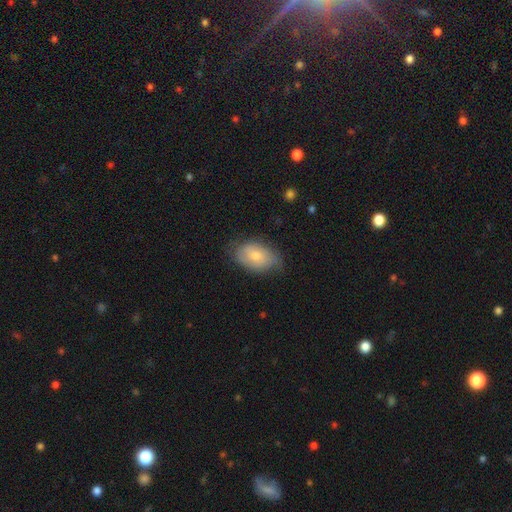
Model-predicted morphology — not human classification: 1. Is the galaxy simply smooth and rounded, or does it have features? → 69% smooth, 25% featured or disk, 7% star or artifact.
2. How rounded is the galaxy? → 88% in between, 10% round, 1% cigar-shaped.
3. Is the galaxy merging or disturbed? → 58% none, 32% minor disturbance, 9% major disturbance, 1% merger.